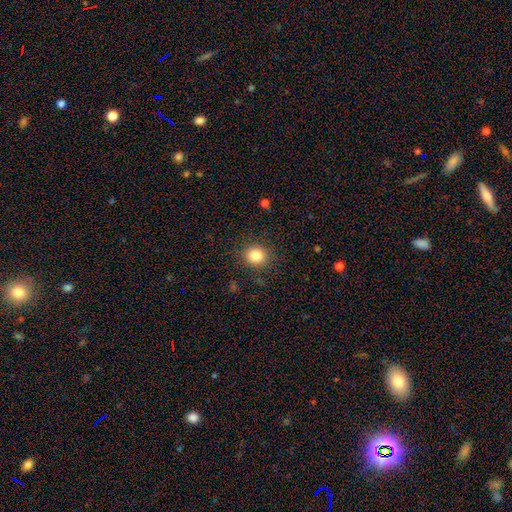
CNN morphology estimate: Smooth or featured?
  - smooth: 83% *
  - star or artifact: 11%
  - featured or disk: 6%
How rounded?
  - round: 85% *
  - in between: 14%
  - cigar-shaped: 1%
Merging?
  - none: 88% *
  - minor disturbance: 8%
  - major disturbance: 3%
  - merger: 1%